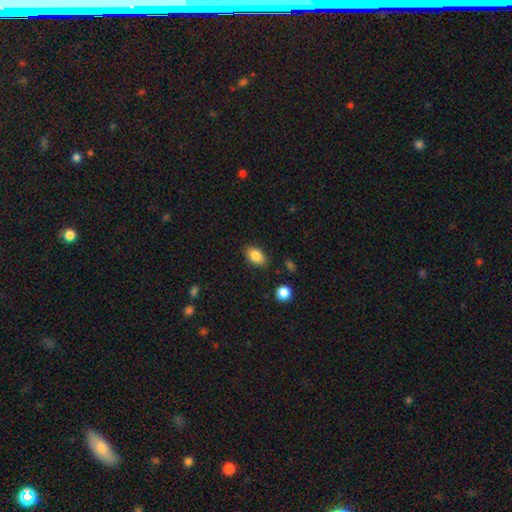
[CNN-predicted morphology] smooth 85%, star or artifact 8%, featured or disk 7%. Down the decision tree: how rounded — in between (87%); merging — none (85%).